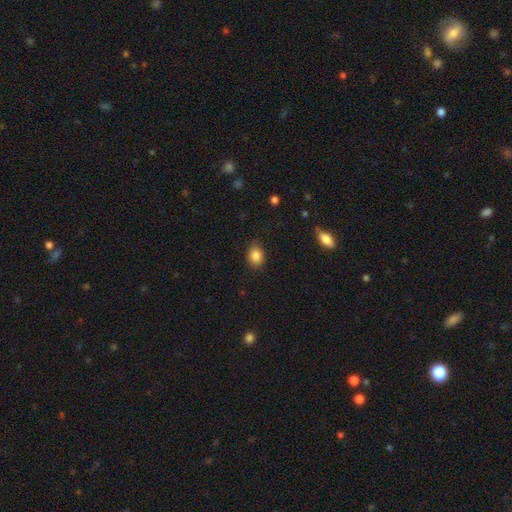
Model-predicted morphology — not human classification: smooth-or-featured: smooth: 86% | star or artifact: 9% | featured or disk: 5%
  how-rounded: in between: 59% | round: 40% | cigar-shaped: 1%
  merging: none: 84% | minor disturbance: 12% | major disturbance: 3% | merger: 1%